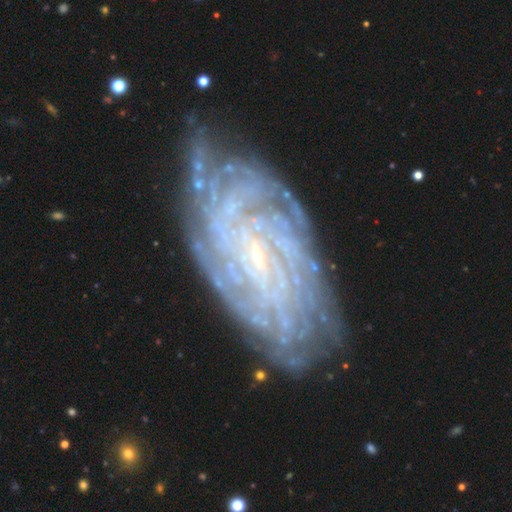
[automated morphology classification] Smooth or featured? featured or disk (86%)
Edge-on disk? no (95%)
Bar? no (44%)
Spiral arms? yes (97%)
Spiral winding? tight (78%)
Spiral arm count? can't tell (32%)
Bulge size? small (81%)
Merging? none (72%)